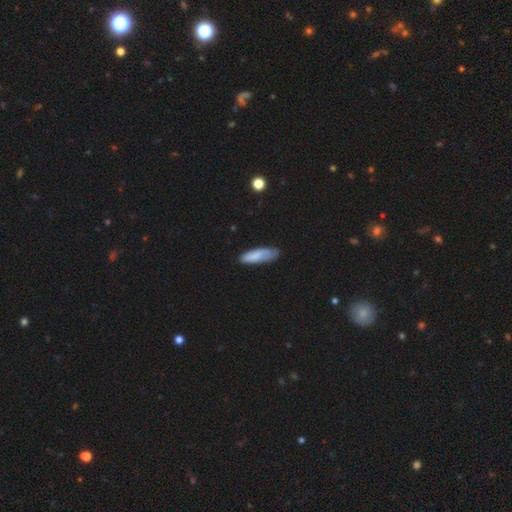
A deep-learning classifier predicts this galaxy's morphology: Smooth or featured? Predicted: smooth (p=0.80). How rounded? Predicted: cigar-shaped (p=0.52). Merging? Predicted: none (p=0.62).